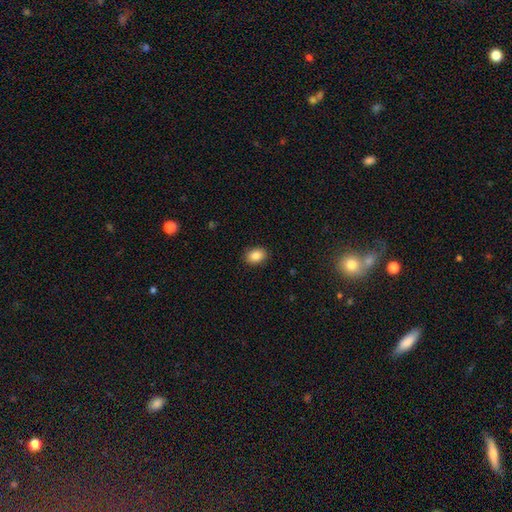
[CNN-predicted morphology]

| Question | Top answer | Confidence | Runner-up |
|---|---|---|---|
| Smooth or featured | smooth | 87% | star or artifact (8%) |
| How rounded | in between | 74% | round (25%) |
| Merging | none | 89% | minor disturbance (8%) |